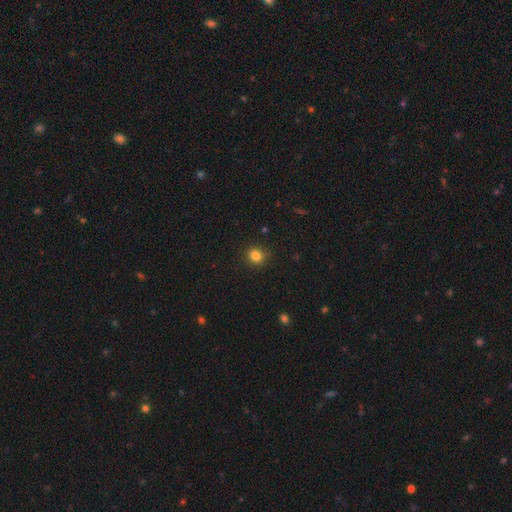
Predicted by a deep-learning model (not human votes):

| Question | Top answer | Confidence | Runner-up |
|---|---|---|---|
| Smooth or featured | smooth | 83% | star or artifact (12%) |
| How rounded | round | 83% | in between (16%) |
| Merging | none | 89% | minor disturbance (8%) |